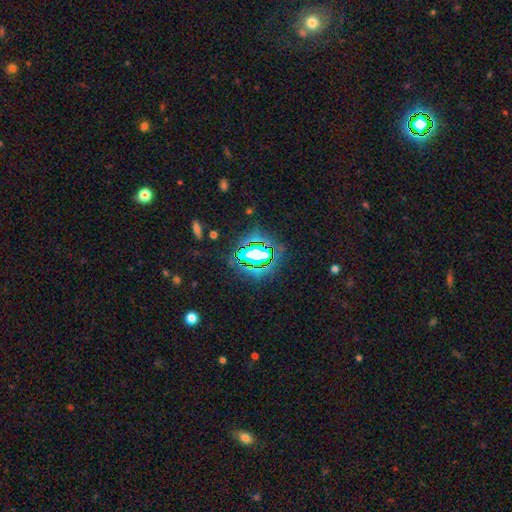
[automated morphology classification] type=star or artifact (69%).